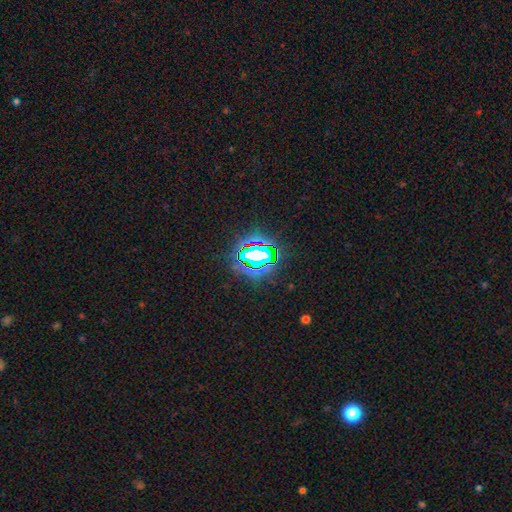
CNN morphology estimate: This is likely a star or artifact rather than a galaxy (71%).